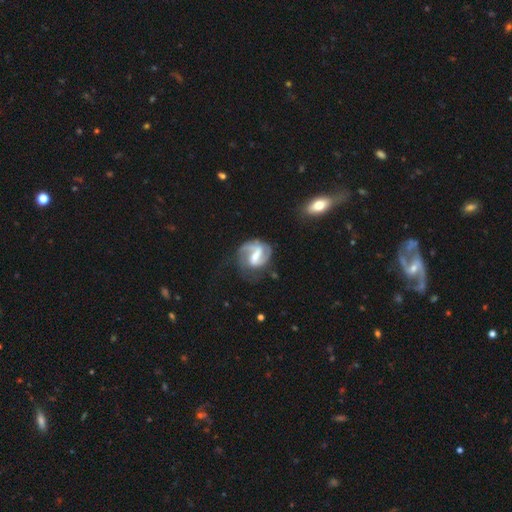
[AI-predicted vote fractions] Morphology: type=featured or disk (85%); edge-on=no (97%); bar=weak (44%, tied with strong); spiral arms=yes (95%); winding=medium (48%); arm count=2 (78%); bulge=moderate (44%); merging=none (60%).